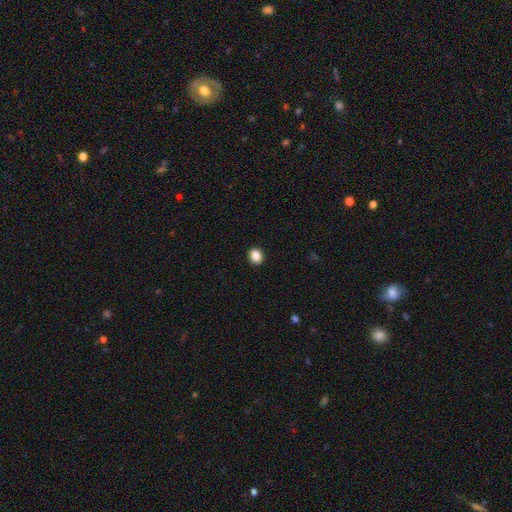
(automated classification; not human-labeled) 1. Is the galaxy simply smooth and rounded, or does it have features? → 87% smooth, 10% star or artifact, 3% featured or disk.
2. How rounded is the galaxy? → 63% round, 36% in between, 1% cigar-shaped.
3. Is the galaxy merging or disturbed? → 92% none, 5% minor disturbance, 2% major disturbance, 1% merger.